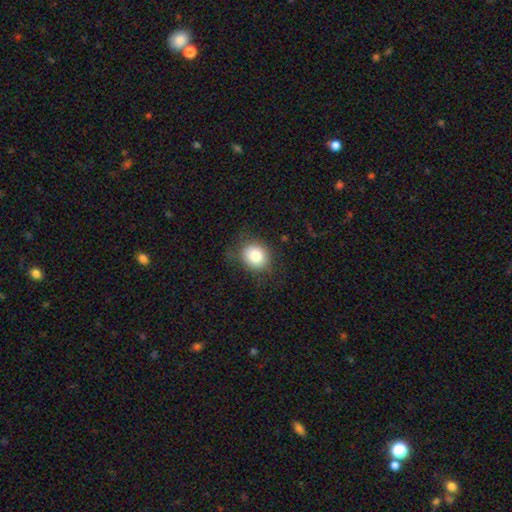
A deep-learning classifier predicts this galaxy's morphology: Smooth or featured? Predicted: smooth (p=0.80). How rounded? Predicted: round (p=0.72). Merging? Predicted: none (p=0.78).